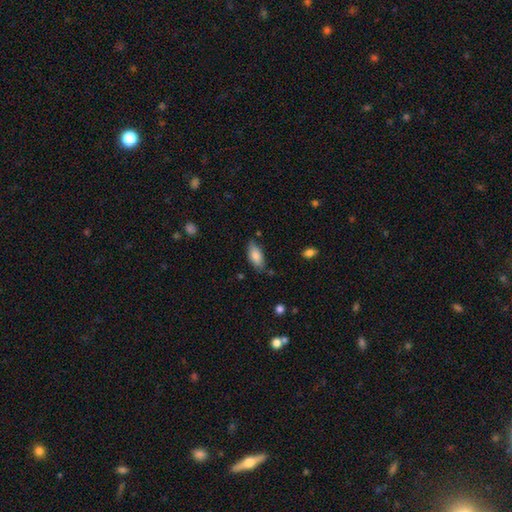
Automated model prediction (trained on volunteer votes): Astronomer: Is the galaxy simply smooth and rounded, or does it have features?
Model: smooth — 82%.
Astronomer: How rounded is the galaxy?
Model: in between — 86%.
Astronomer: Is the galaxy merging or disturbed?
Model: none — 74%.